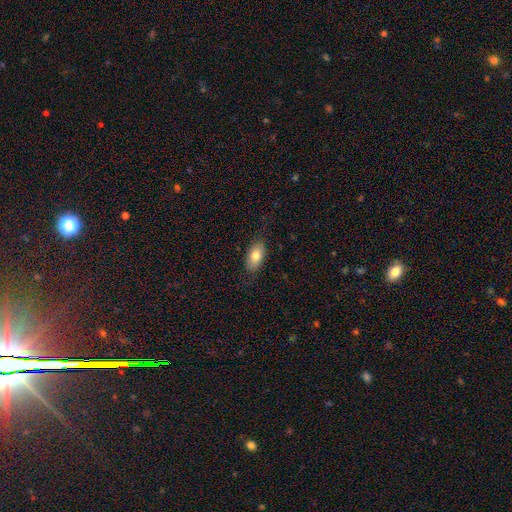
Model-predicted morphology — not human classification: Overall: smooth (77%). How rounded: in between (91%). Merging: none (80%).